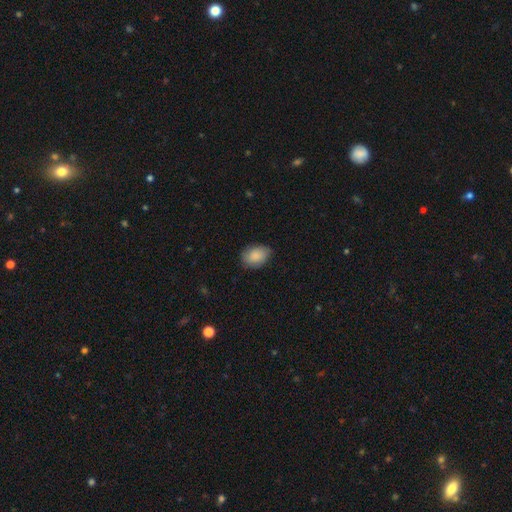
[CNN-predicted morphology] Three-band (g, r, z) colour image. It shows a smooth galaxy with no disk features (87%) that is in between round and cigar-shaped (81%). Merging: none (77%).